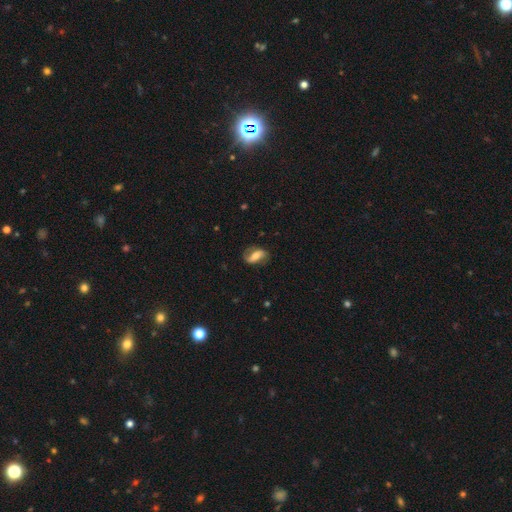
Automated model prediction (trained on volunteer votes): The model was most divided on "bar": strong: 42%, weak: 31%, no: 27%. More confident: edge-on disk — no (91%); spiral arms — yes (80%); merging — none (72%); smooth or featured — featured or disk (57%); bulge size — moderate (54%).